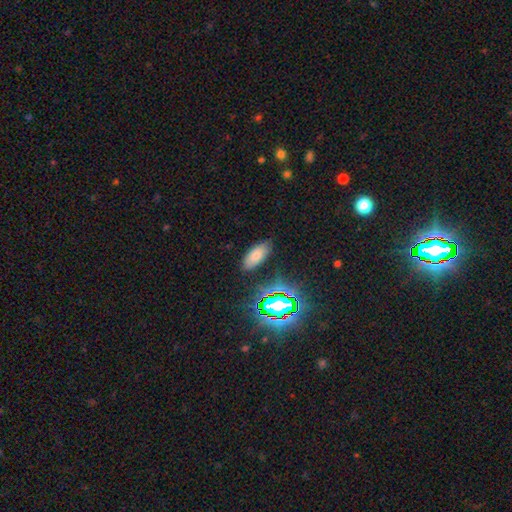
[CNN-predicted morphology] This appears to be a smooth galaxy with no disk features (71%) that is in between round and cigar-shaped (90%). Merging: none (84%).